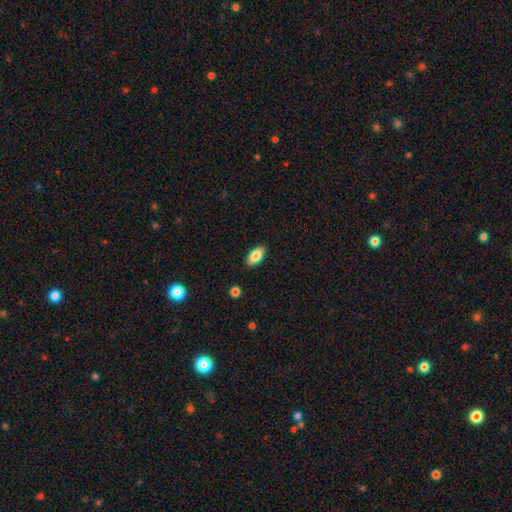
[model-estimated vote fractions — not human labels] Morphology: type=smooth (84%); roundness=in between (92%); merging=none (88%).